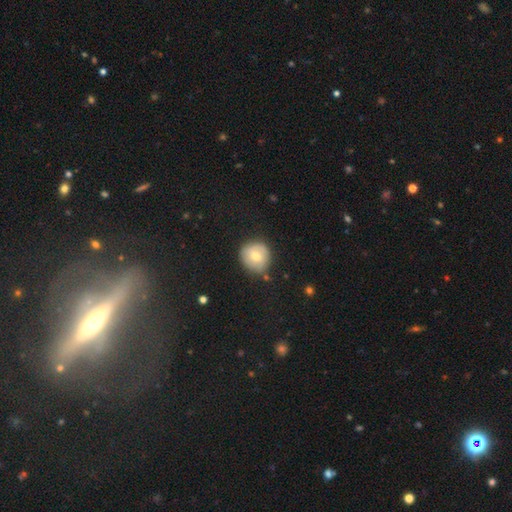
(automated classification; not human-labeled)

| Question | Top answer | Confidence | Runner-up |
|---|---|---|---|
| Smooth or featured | smooth | 66% | featured or disk (26%) |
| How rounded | round | 88% | in between (11%) |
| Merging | none | 73% | minor disturbance (20%) |